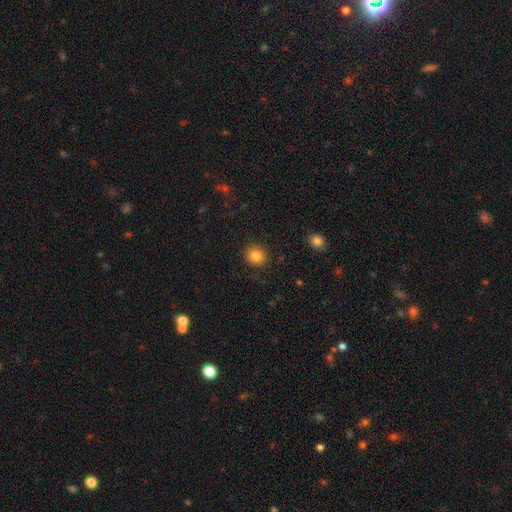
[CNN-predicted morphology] A smooth galaxy with no disk features (85%) that is round (81%).

Vote fractions:
- Smooth or featured? smooth: 85% / star or artifact: 10% / featured or disk: 5%
- How rounded? round: 81% / in between: 18% / cigar-shaped: 1%
- Merging? none: 88% / minor disturbance: 8% / major disturbance: 3% / merger: 1%